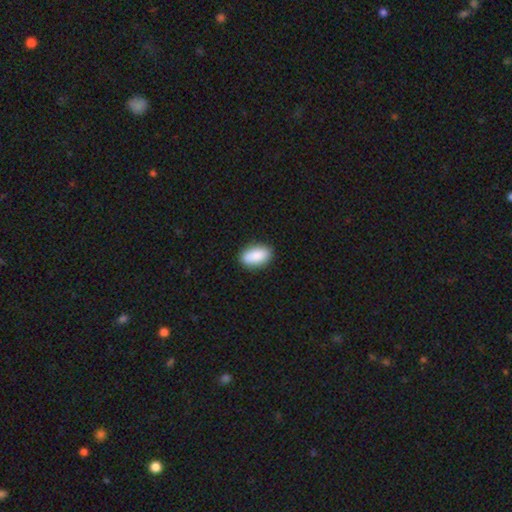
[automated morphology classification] This appears to be a smooth galaxy with no disk features (89%) that is in between round and cigar-shaped (92%). Merging: none (88%).